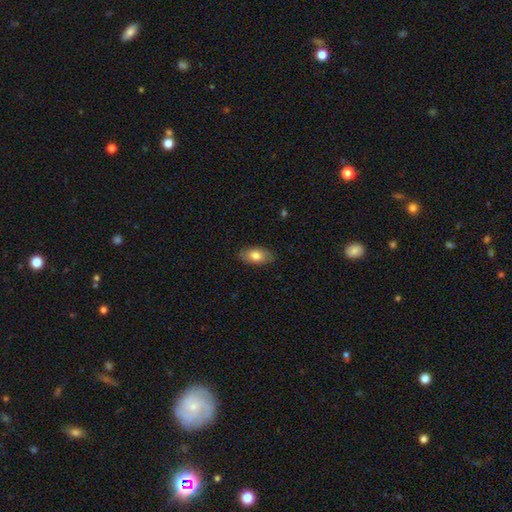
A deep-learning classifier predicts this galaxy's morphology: smooth_or_featured: smooth (p=0.77) [alt: featured or disk p=0.17]
how_rounded: in between (p=0.92) [alt: round p=0.05]
merging: none (p=0.85) [alt: minor disturbance p=0.12]